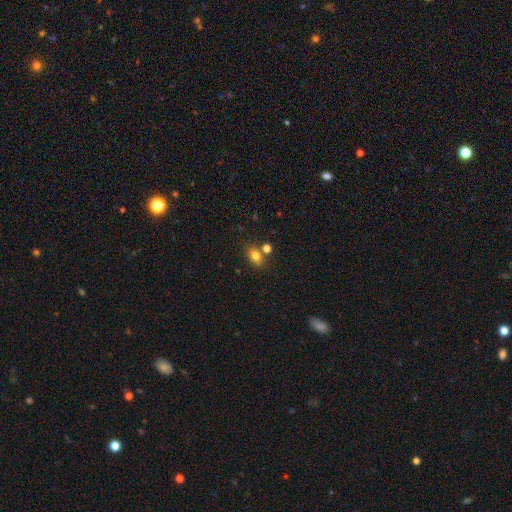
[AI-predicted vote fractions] This appears to be a smooth galaxy with no disk features (79%) that is in between round and cigar-shaped (69%). Merging: none (67%).